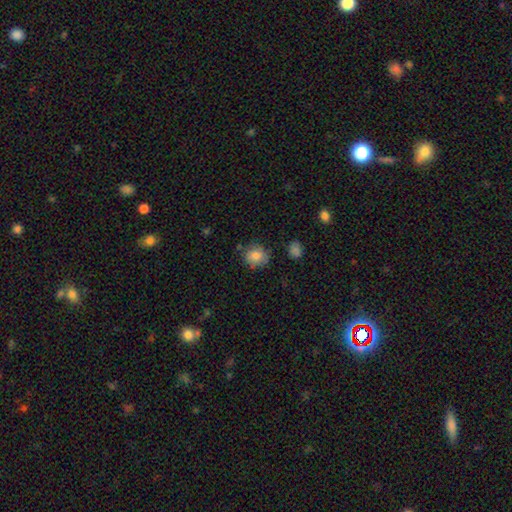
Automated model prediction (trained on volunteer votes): smooth 81%, featured or disk 10%, star or artifact 9%. Down the decision tree: how rounded — round (80%); merging — none (73%).